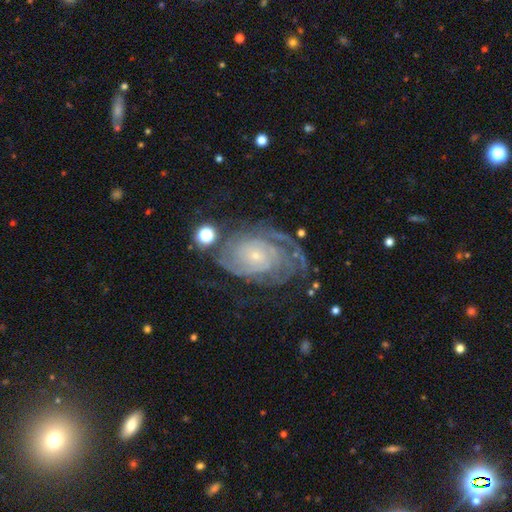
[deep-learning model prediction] Smooth or featured: featured or disk — 86% (star or artifact — 7%)
Edge-on disk: no — 97% (yes — 3%)
Bar: no — 78% (weak — 17%)
Spiral arms: yes — 96% (no — 4%)
Spiral winding: tight — 73% (medium — 21%)
Spiral arm count: can't tell — 33% (2 — 22%)
Bulge size: small — 84% (moderate — 12%)
Merging: none — 62% (minor disturbance — 20%)